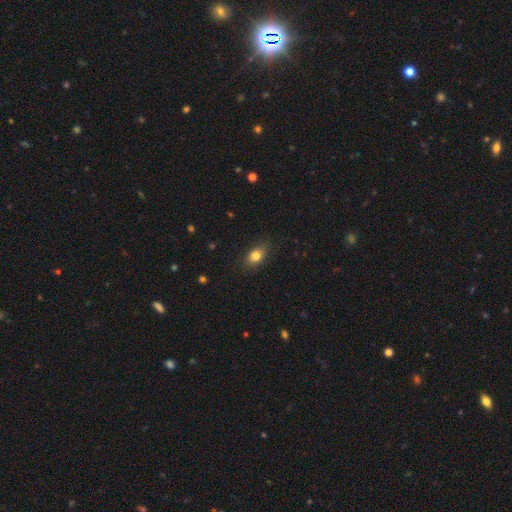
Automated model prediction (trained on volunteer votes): Smooth or featured?
  - smooth: 82% *
  - star or artifact: 9%
  - featured or disk: 9%
How rounded?
  - in between: 79% *
  - round: 18%
  - cigar-shaped: 3%
Merging?
  - none: 83% *
  - minor disturbance: 12%
  - major disturbance: 3%
  - merger: 1%